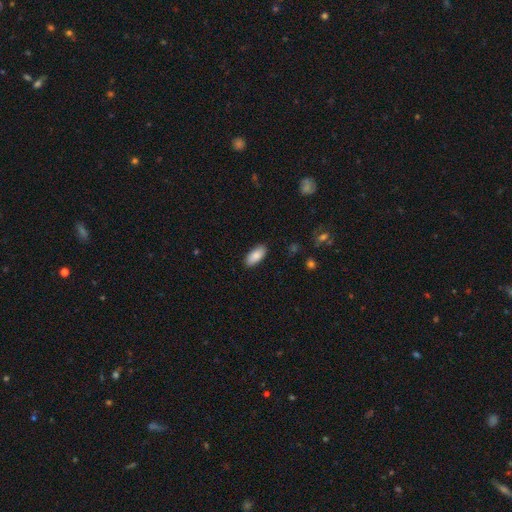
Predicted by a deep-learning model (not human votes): The model was most divided on "how rounded": in between: 88%, cigar-shaped: 11%, round: 2%. More confident: merging — none (89%); smooth or featured — smooth (87%).